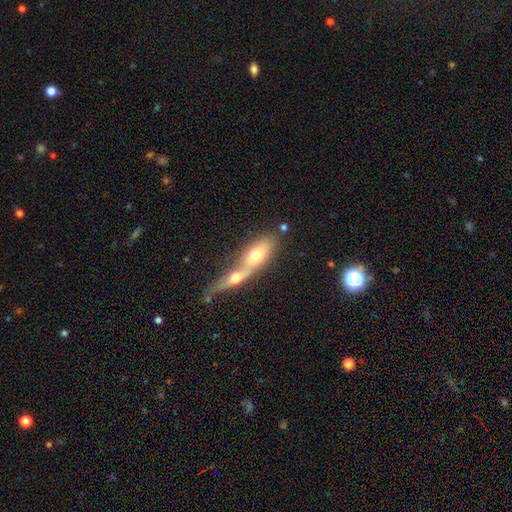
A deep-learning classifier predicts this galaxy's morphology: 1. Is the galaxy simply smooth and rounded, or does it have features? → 57% smooth, 35% featured or disk, 8% star or artifact.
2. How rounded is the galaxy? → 61% in between, 32% cigar-shaped, 7% round.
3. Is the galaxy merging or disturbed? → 67% merger, 23% none, 7% minor disturbance, 4% major disturbance.